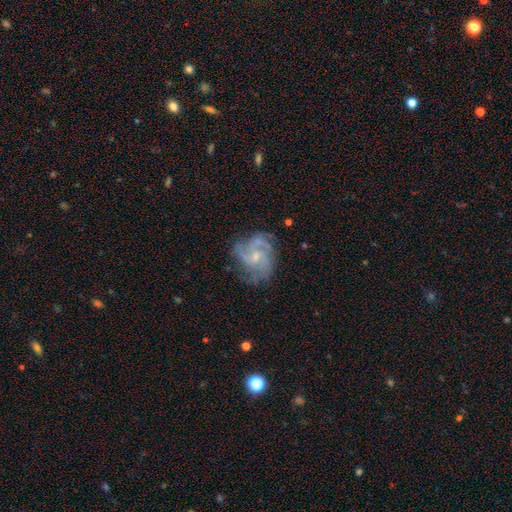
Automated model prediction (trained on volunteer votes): smooth-or-featured: featured or disk: 83% | smooth: 9% | star or artifact: 8%
  disk-edge-on: no: 98% | yes: 2%
    bar: no: 57% | weak: 37% | strong: 5%
    has-spiral-arms: yes: 94% | no: 6%
      spiral-winding: medium: 46% | tight: 38% | loose: 16%
      spiral-arm-count: 3: 31% | can't tell: 23% | 4: 18% | 2: 15% | more than 4: 6% | 1: 6%
    bulge-size: small: 62% | moderate: 30% | none: 6% | large: 1% | dominant: 1%
  merging: none: 65% | minor disturbance: 20% | major disturbance: 12% | merger: 2%